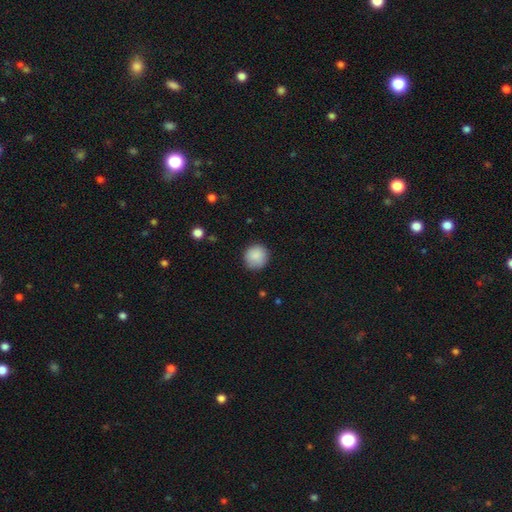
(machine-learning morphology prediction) Smooth or featured? smooth (88%)
How rounded? round (91%)
Merging? none (83%)